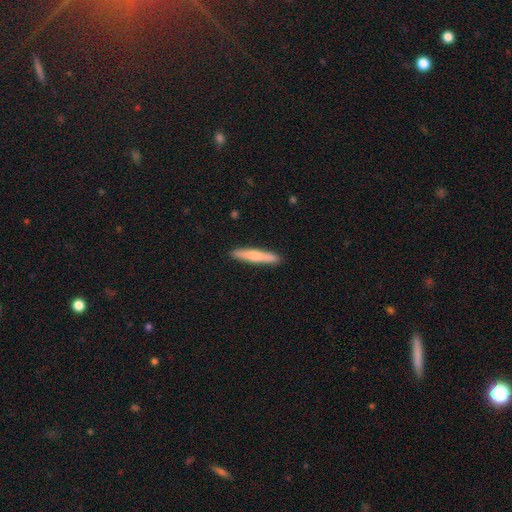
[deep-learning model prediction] smooth 68%, featured or disk 27%, star or artifact 5%. Down the decision tree: how rounded — cigar-shaped (93%); merging — none (91%).